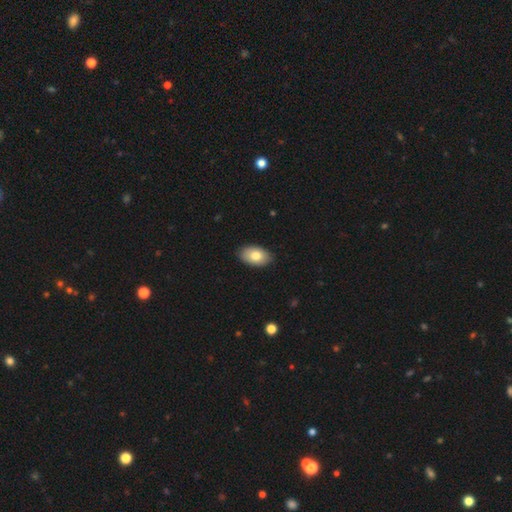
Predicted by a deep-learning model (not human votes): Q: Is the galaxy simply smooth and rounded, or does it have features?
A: smooth — 80%.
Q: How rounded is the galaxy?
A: in between — 93%.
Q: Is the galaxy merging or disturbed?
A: none — 88%.